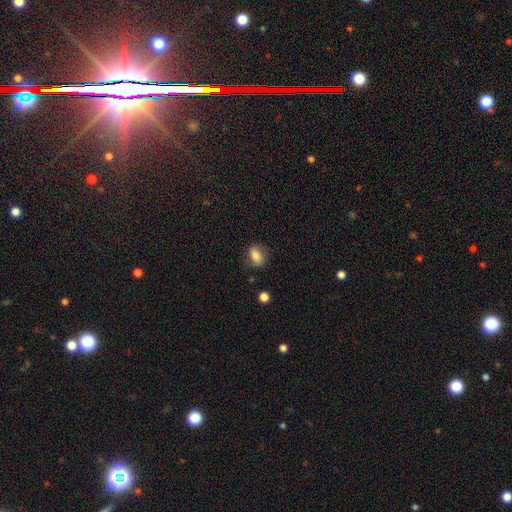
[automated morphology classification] The model was most divided on "how rounded": in between: 73%, round: 24%, cigar-shaped: 3%. More confident: smooth or featured — smooth (75%); merging — none (73%).